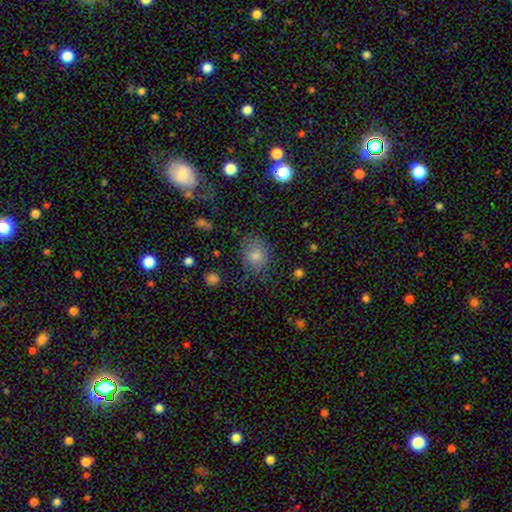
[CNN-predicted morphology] Smooth or featured? smooth (75%)
How rounded? round (60%)
Merging? none (73%)